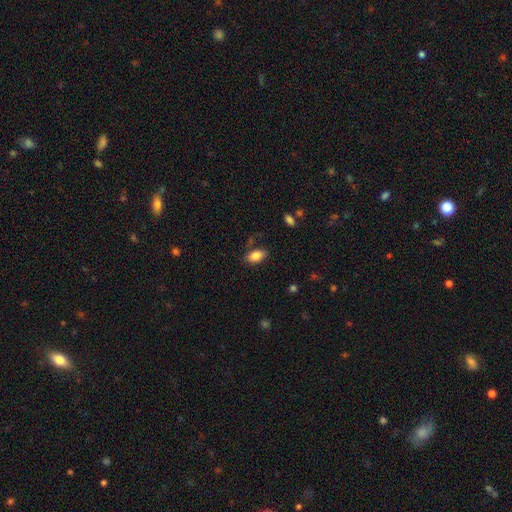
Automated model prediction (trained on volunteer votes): The model was most divided on "merging": none: 80%, minor disturbance: 14%, major disturbance: 4%, merger: 3%. More confident: how rounded — in between (91%); smooth or featured — smooth (85%).